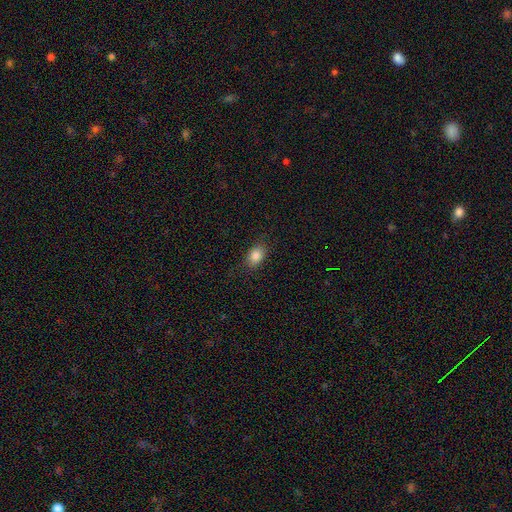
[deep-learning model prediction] Smooth or featured?
  - smooth: 85% *
  - star or artifact: 9%
  - featured or disk: 6%
How rounded?
  - in between: 79% *
  - round: 19%
  - cigar-shaped: 2%
Merging?
  - none: 85% *
  - minor disturbance: 11%
  - major disturbance: 3%
  - merger: 1%